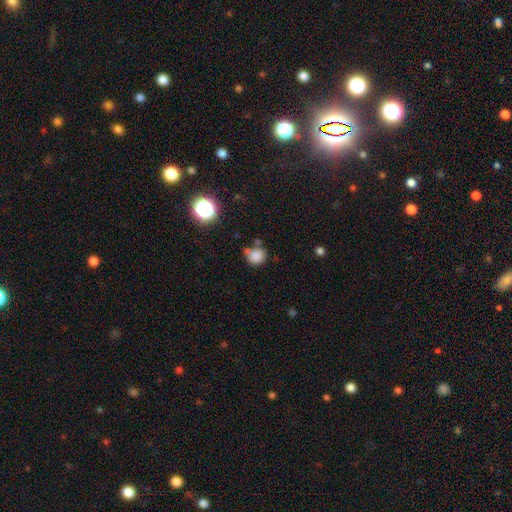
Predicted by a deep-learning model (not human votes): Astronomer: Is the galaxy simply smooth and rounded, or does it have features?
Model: smooth — 82%.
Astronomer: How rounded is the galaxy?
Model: round — 77%.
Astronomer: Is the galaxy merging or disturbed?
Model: none — 51% (runner-up: minor disturbance, 28%).